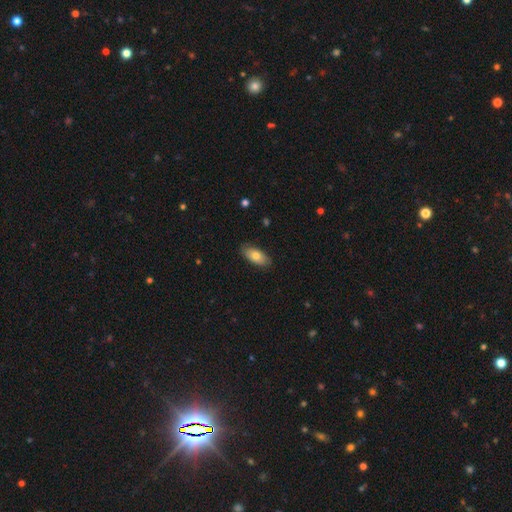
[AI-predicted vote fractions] smooth-or-featured: smooth: 76% | featured or disk: 18% | star or artifact: 6%
  how-rounded: in between: 89% | cigar-shaped: 9% | round: 2%
  merging: none: 86% | minor disturbance: 11% | major disturbance: 2% | merger: 1%